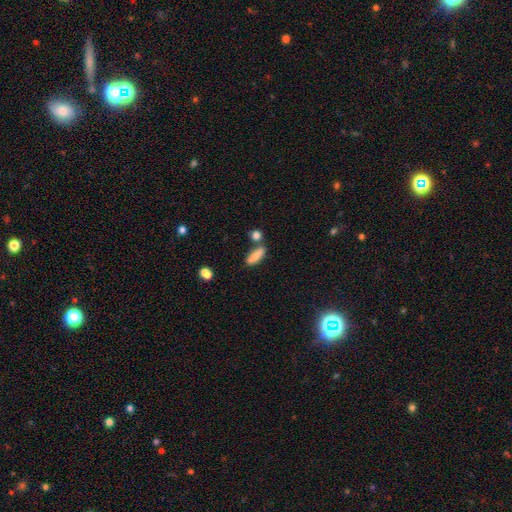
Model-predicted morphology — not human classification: This appears to be a smooth galaxy with no disk features (82%) that is in between round and cigar-shaped (61%). Merging: none (61%).